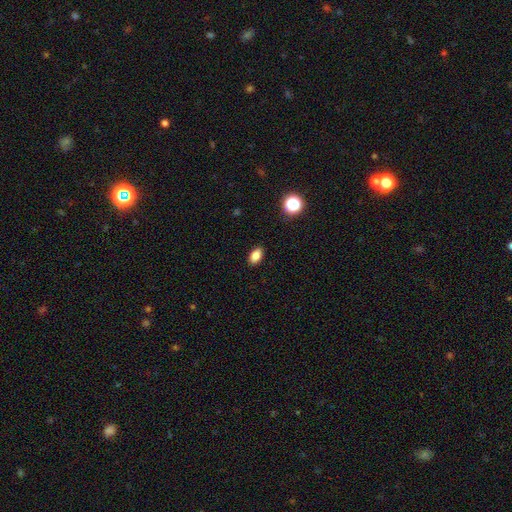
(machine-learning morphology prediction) Smooth or featured?
  - smooth: 83% *
  - star or artifact: 10%
  - featured or disk: 6%
How rounded?
  - in between: 89% *
  - round: 9%
  - cigar-shaped: 3%
Merging?
  - none: 89% *
  - minor disturbance: 8%
  - major disturbance: 2%
  - merger: 1%